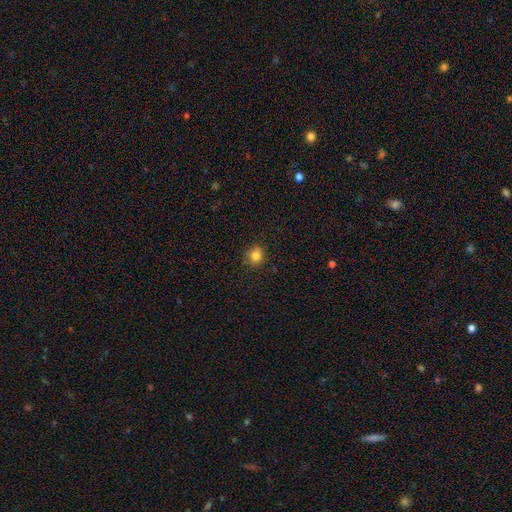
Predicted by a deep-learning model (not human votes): Smooth or featured? Predicted: smooth (p=0.82). How rounded? Predicted: round (p=0.75). Merging? Predicted: none (p=0.86).